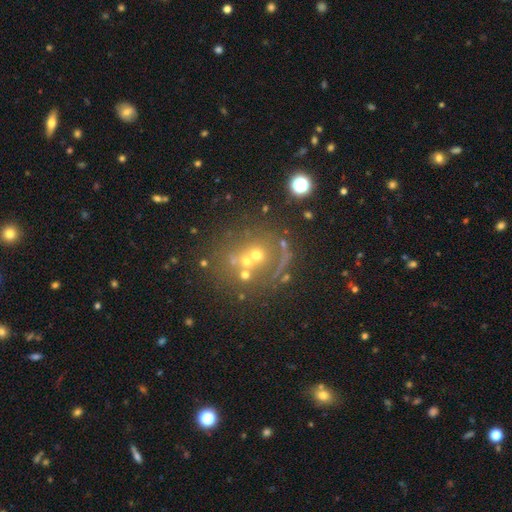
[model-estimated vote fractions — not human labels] This is marginally a smooth galaxy (38%). Merging: possibly none (48%).